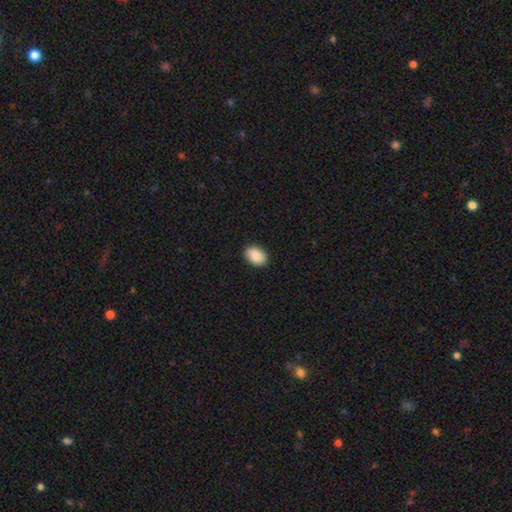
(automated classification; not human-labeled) Q: Smooth or featured?
A: smooth (88%); runner-up: star or artifact (7%)
Q: How rounded?
A: in between (75%); runner-up: round (24%)
Q: Merging?
A: none (90%); runner-up: minor disturbance (8%)